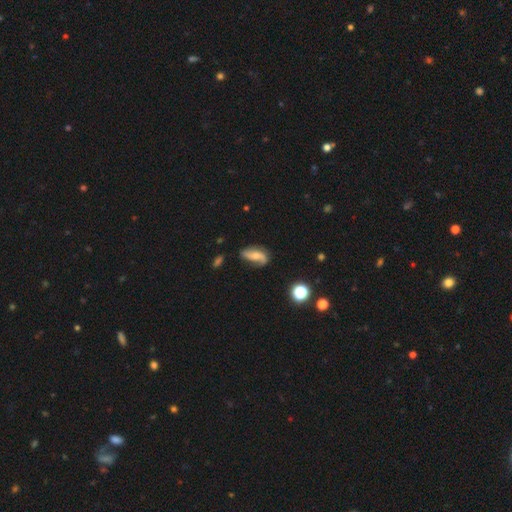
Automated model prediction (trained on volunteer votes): This is likely a featured or disk galaxy (65%). It is clearly not viewed edge-on (93%). Bar: possibly no (52%). Spiral arm pattern: clearly yes (91%). Spiral arm count: clearly 2 (81%). Spiral winding: likely loose (63%). Central bulge: possibly small (47%). Merging: likely none (64%).